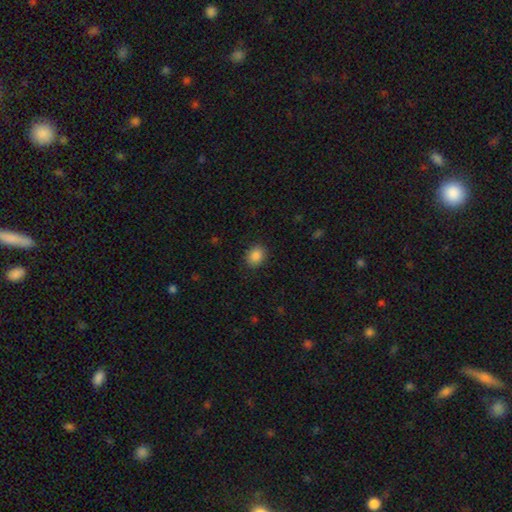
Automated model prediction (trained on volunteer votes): This appears to be a smooth galaxy with no disk features (87%) that is round (50%). Merging: none (89%).